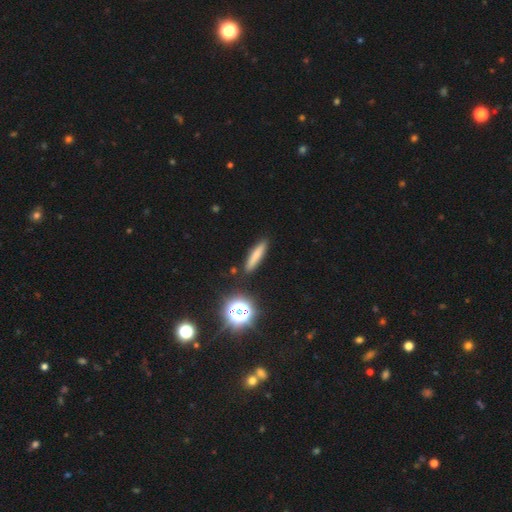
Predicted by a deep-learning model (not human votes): Morphology: type=smooth (71%); roundness=cigar-shaped (84%); merging=none (88%).